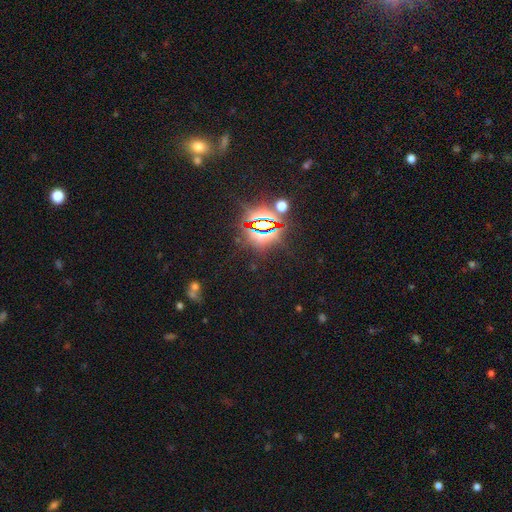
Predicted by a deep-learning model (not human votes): This appears to be a star or artifact, not a galaxy (85%).